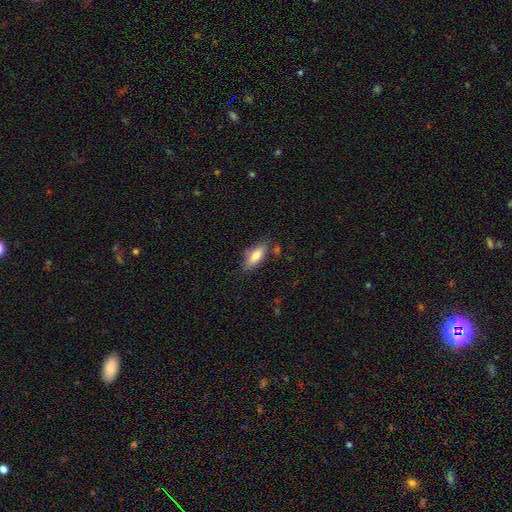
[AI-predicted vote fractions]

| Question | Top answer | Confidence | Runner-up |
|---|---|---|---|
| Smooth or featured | smooth | 80% | featured or disk (13%) |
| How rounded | in between | 74% | cigar-shaped (23%) |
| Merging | none | 71% | minor disturbance (19%) |